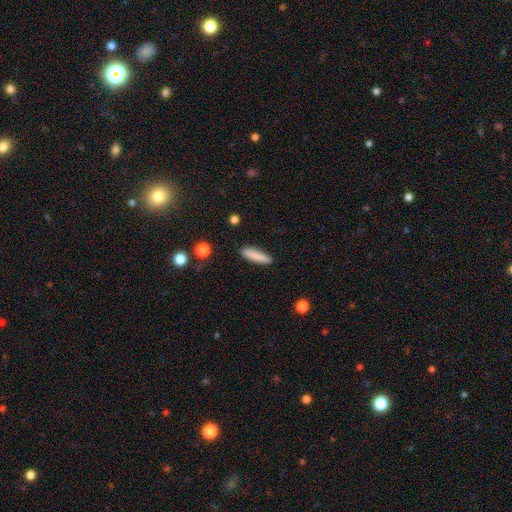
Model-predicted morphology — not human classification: Smooth or featured?
  - smooth: 86% *
  - featured or disk: 8%
  - star or artifact: 7%
How rounded?
  - cigar-shaped: 80% *
  - in between: 19%
  - round: 2%
Merging?
  - none: 89% *
  - minor disturbance: 8%
  - major disturbance: 2%
  - merger: 1%